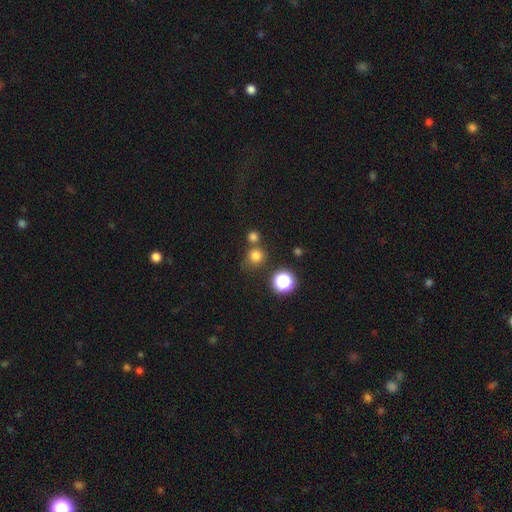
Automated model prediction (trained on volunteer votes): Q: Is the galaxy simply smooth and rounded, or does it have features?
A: smooth — 75%.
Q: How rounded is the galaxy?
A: round — 89%.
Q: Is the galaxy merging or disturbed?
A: none — 65%.